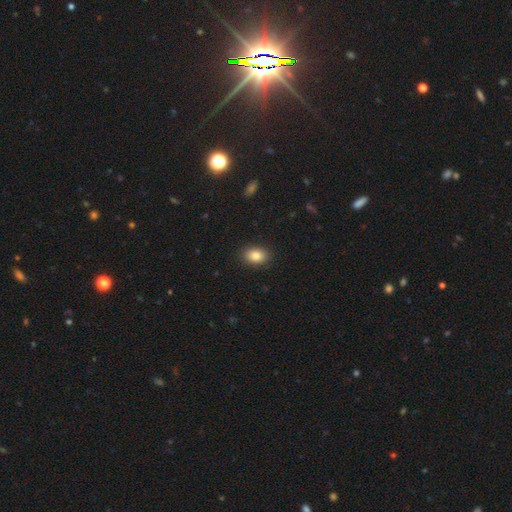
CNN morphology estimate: smooth 86%, star or artifact 8%, featured or disk 6%. Down the decision tree: how rounded — in between (83%); merging — none (89%).